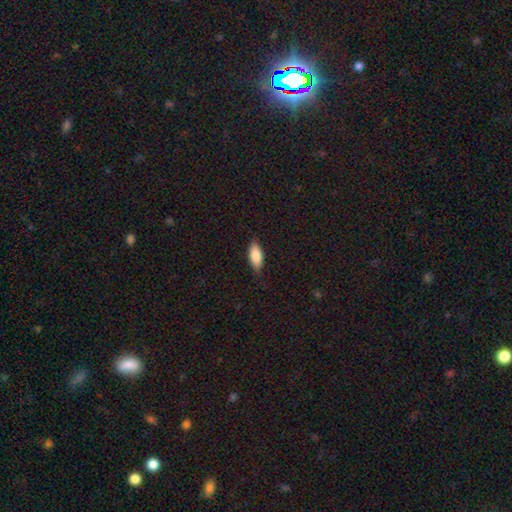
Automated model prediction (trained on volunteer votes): Q: Smooth or featured?
A: smooth (84%); runner-up: featured or disk (10%)
Q: How rounded?
A: in between (80%); runner-up: cigar-shaped (17%)
Q: Merging?
A: none (83%); runner-up: minor disturbance (14%)